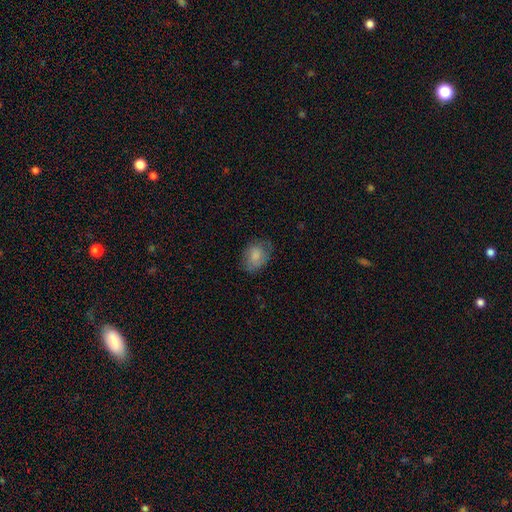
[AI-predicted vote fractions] Smooth or featured: smooth — 79% (featured or disk — 13%)
How rounded: in between — 68% (round — 31%)
Merging: none — 70% (minor disturbance — 22%)